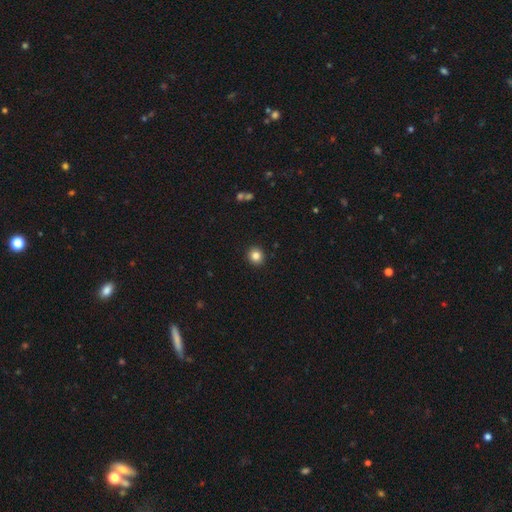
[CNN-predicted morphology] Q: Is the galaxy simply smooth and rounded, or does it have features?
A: smooth — 84%.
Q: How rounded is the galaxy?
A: round — 89%.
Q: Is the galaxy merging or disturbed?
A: none — 92%.